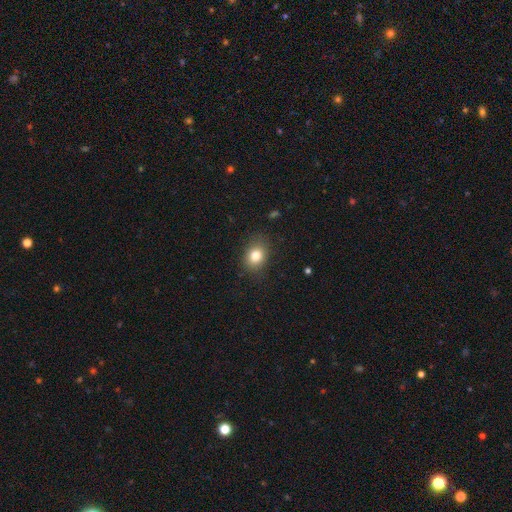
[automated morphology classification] A smooth galaxy with no disk features (80%) that is in between round and cigar-shaped (55%).

Vote fractions:
- Smooth or featured? smooth: 80% / star or artifact: 11% / featured or disk: 9%
- How rounded? in between: 55% / round: 44% / cigar-shaped: 1%
- Merging? none: 82% / minor disturbance: 13% / major disturbance: 4% / merger: 1%